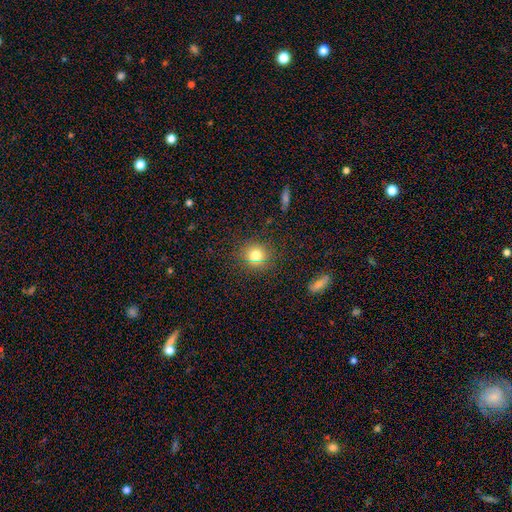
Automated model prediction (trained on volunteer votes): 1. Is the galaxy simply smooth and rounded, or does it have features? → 80% smooth, 13% star or artifact, 7% featured or disk.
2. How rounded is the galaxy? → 88% round, 11% in between, 1% cigar-shaped.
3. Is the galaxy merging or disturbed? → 87% none, 8% minor disturbance, 3% major disturbance, 2% merger.